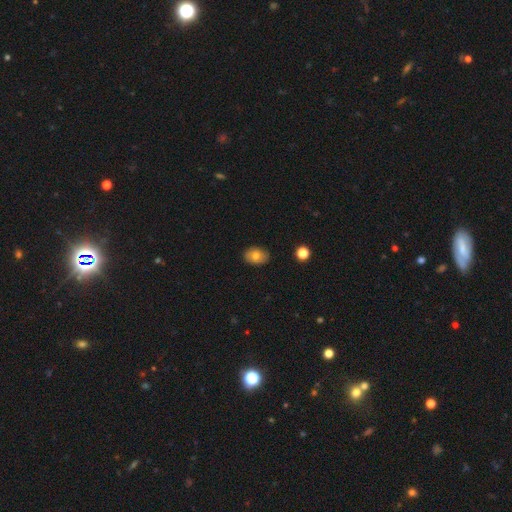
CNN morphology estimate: Smooth or featured: smooth — 76% (featured or disk — 15%)
How rounded: in between — 77% (round — 22%)
Merging: none — 86% (minor disturbance — 11%)